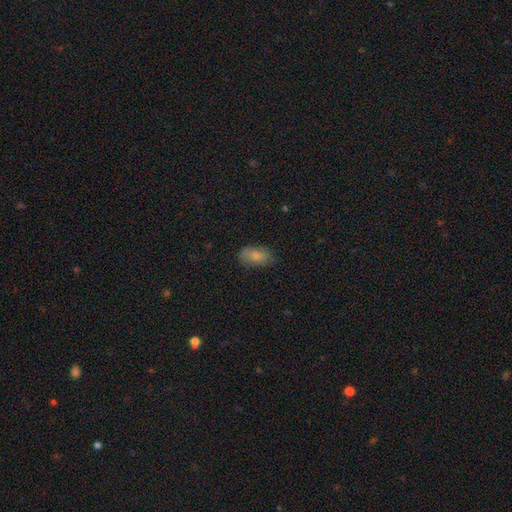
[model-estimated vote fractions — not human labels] This appears to be a smooth galaxy with no disk features (79%) that is in between round and cigar-shaped (92%). Merging: none (73%).